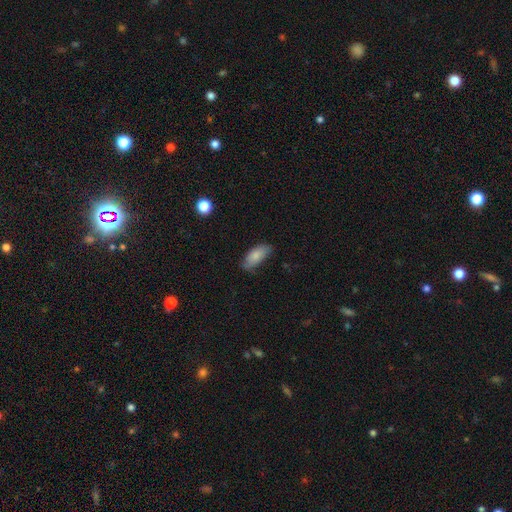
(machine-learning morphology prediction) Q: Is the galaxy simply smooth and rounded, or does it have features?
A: smooth — 80%.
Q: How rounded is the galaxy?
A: in between — 84%.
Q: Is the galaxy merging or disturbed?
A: none — 69%.